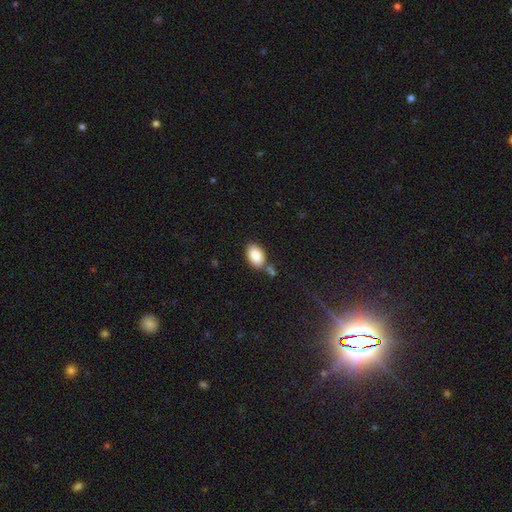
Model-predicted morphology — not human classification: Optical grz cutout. It shows a smooth galaxy with no disk features (88%) that is in between round and cigar-shaped (92%). Merging: none (68%).